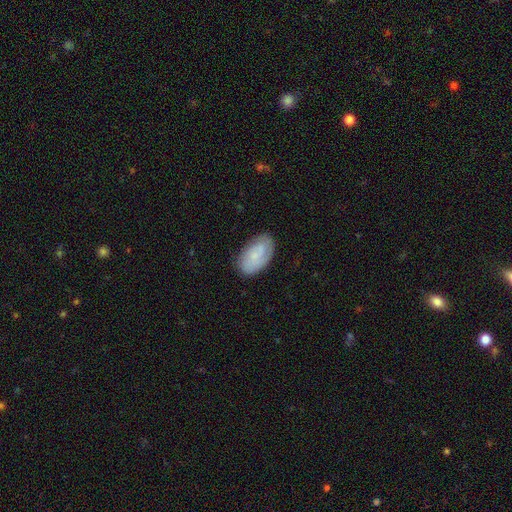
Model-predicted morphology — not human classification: Smooth or featured? Predicted: smooth (p=0.61). How rounded? Predicted: in between (p=0.94). Merging? Predicted: none (p=0.79).